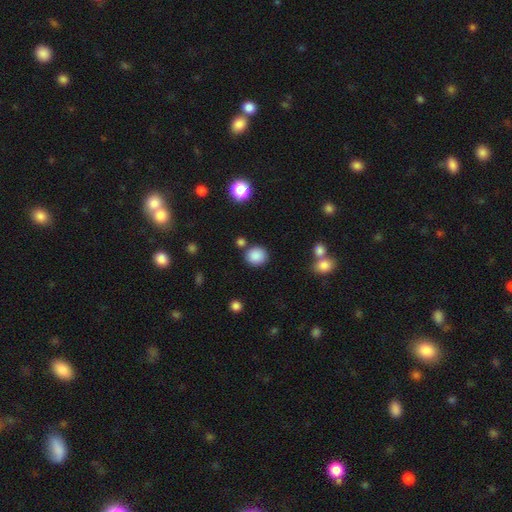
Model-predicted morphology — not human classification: This appears to be a smooth galaxy with no disk features (86%) that is round (84%). Merging: none (80%).